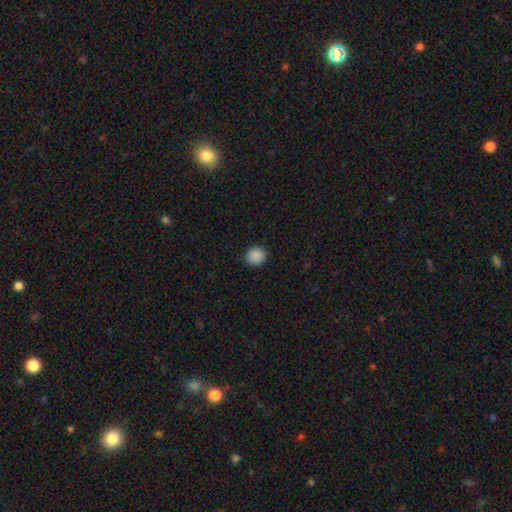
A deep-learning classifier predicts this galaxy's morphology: This appears to be a smooth galaxy with no disk features (89%) that is round (87%). Merging: none (91%).